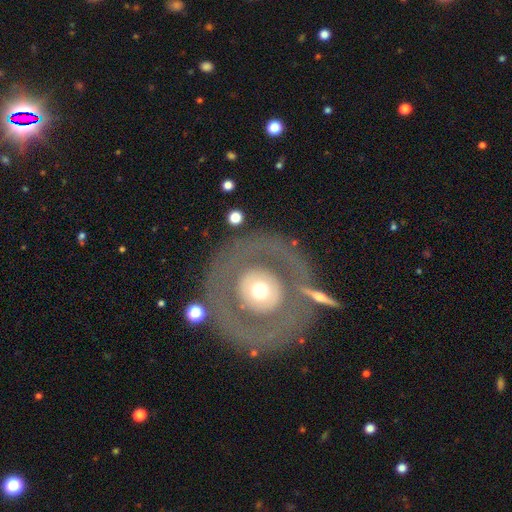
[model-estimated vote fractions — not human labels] Smooth or featured? Predicted: featured or disk (p=0.62). Edge-on disk? Predicted: no (p=0.94). Bar? Predicted: no (p=0.89). Spiral arms? Predicted: no (p=0.83). Bulge size? Predicted: moderate (p=0.61). Merging? Predicted: none (p=0.76).